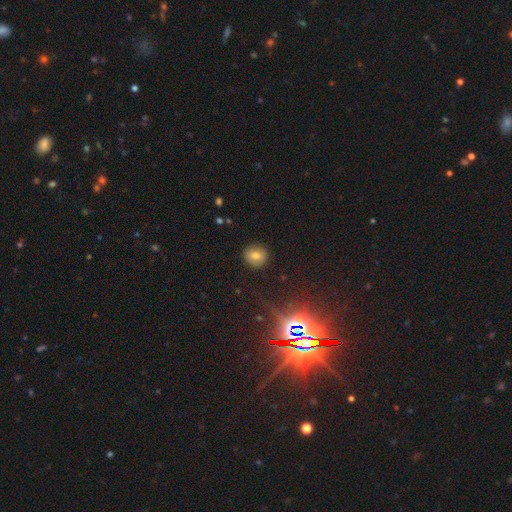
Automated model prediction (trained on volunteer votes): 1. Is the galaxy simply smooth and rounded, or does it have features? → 73% smooth, 15% star or artifact, 12% featured or disk.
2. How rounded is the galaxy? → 83% round, 16% in between, 1% cigar-shaped.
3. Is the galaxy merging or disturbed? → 89% none, 8% minor disturbance, 2% major disturbance, 1% merger.